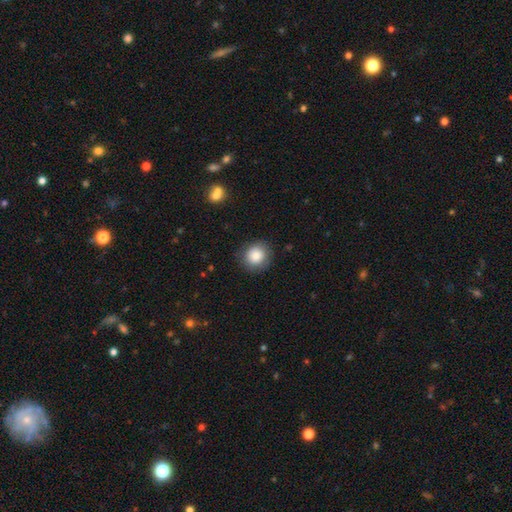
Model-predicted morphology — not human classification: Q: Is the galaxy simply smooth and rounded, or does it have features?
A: smooth — 84%.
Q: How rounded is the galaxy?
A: round — 87%.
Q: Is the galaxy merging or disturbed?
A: none — 85%.